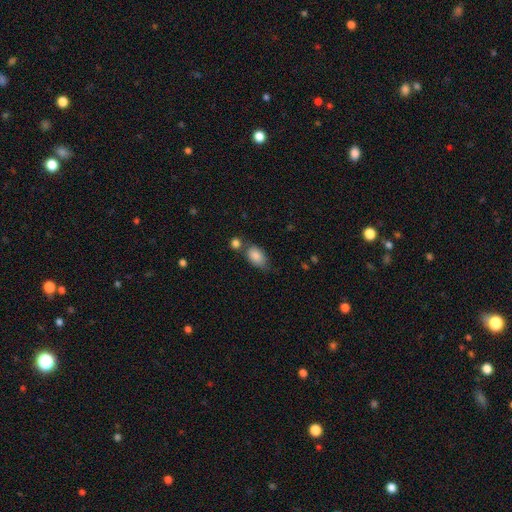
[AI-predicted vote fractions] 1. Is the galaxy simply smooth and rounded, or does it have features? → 84% smooth, 9% featured or disk, 7% star or artifact.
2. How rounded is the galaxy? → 88% in between, 10% round, 2% cigar-shaped.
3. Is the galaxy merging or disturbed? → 49% none, 24% minor disturbance, 20% merger, 7% major disturbance.